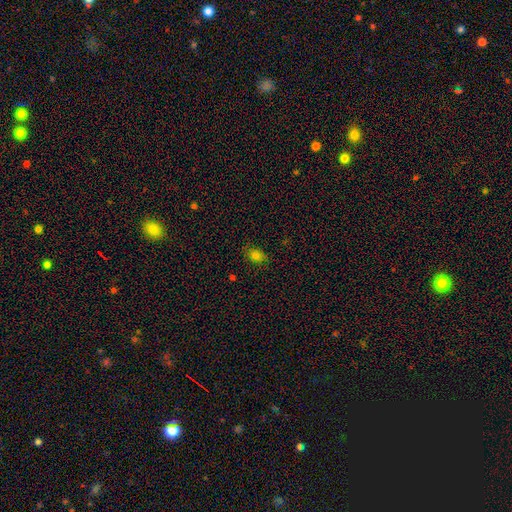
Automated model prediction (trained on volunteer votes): Overall: smooth (79%). How rounded: in between (67%; round 32%). Merging: none (79%).